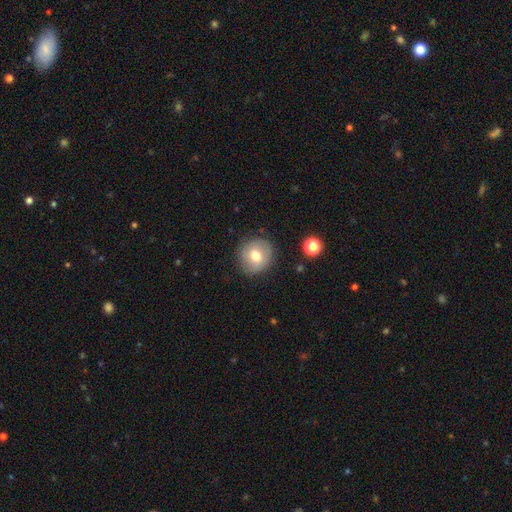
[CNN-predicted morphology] Smooth or featured?
  - smooth: 70% *
  - featured or disk: 21%
  - star or artifact: 9%
How rounded?
  - round: 87% *
  - in between: 12%
  - cigar-shaped: 1%
Merging?
  - none: 83% *
  - minor disturbance: 12%
  - major disturbance: 3%
  - merger: 1%